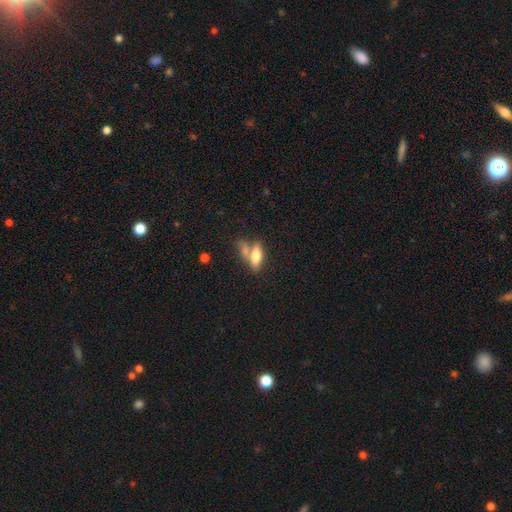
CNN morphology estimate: Smooth or featured? Predicted: smooth (p=0.66). How rounded? Predicted: in between (p=0.65). Merging? Predicted: none (p=0.42).